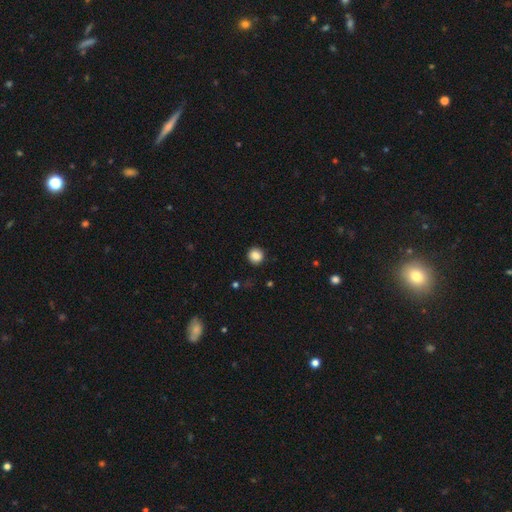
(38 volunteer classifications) smooth 87%, star or artifact 8%, featured or disk 5%. Down the decision tree: how rounded — round (82%); merging — none (94%).